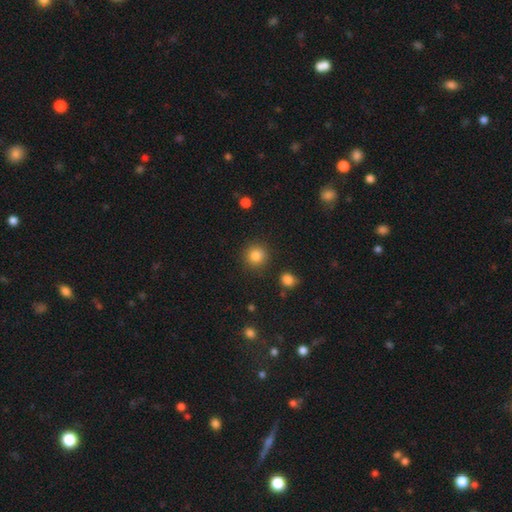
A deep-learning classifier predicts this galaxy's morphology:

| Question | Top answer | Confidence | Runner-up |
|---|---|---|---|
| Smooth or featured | smooth | 85% | star or artifact (10%) |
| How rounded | round | 92% | in between (7%) |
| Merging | none | 89% | minor disturbance (6%) |